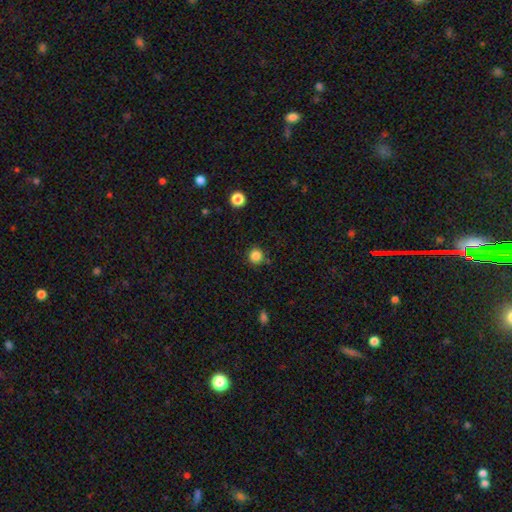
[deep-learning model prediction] This appears to be a smooth galaxy with no disk features (85%) that is round (94%). Merging: none (86%).